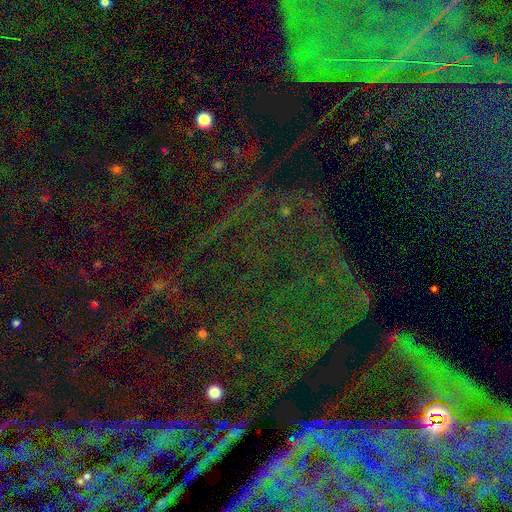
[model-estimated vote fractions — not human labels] Morphology: type=star or artifact (79%).